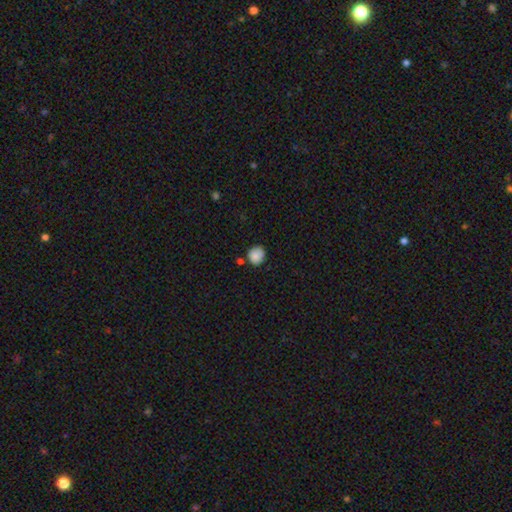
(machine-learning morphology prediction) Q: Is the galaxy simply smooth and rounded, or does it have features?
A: smooth — 86%.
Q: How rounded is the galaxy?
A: round — 84%.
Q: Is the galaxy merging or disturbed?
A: none — 73%.